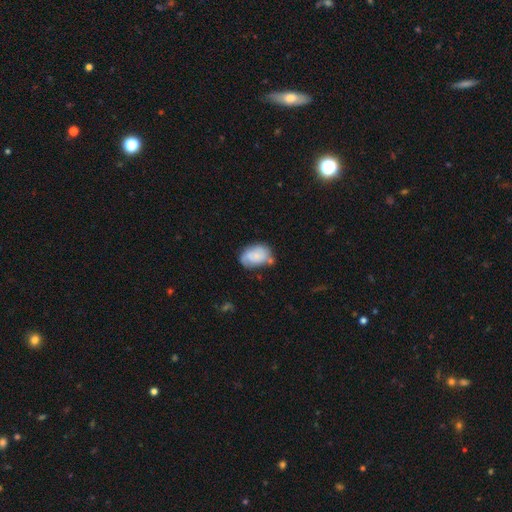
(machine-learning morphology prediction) The model was most divided on "merging": none: 54%, minor disturbance: 28%, merger: 10%, major disturbance: 8%. More confident: how rounded — in between (84%); smooth or featured — smooth (61%).